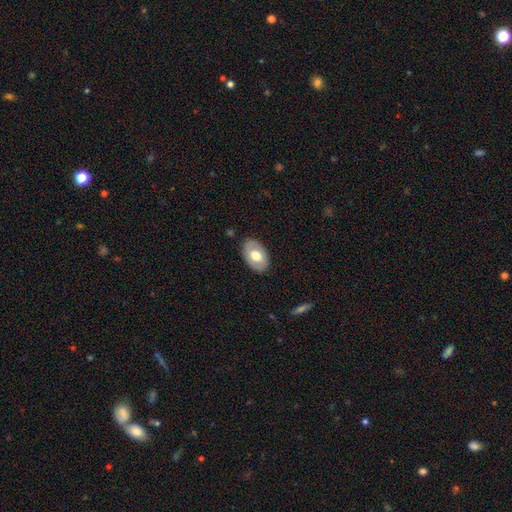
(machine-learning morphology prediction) smooth-or-featured: smooth: 56% | featured or disk: 39% | star or artifact: 5%
  how-rounded: in between: 88% | round: 10% | cigar-shaped: 1%
  merging: none: 85% | minor disturbance: 11% | major disturbance: 3% | merger: 1%